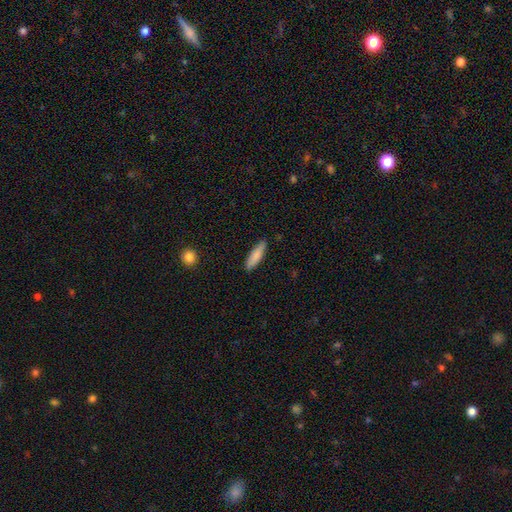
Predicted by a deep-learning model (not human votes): smooth_or_featured: smooth (p=0.84) [alt: featured or disk p=0.11]
how_rounded: cigar-shaped (p=0.65) [alt: in between p=0.33]
merging: none (p=0.85) [alt: minor disturbance p=0.11]